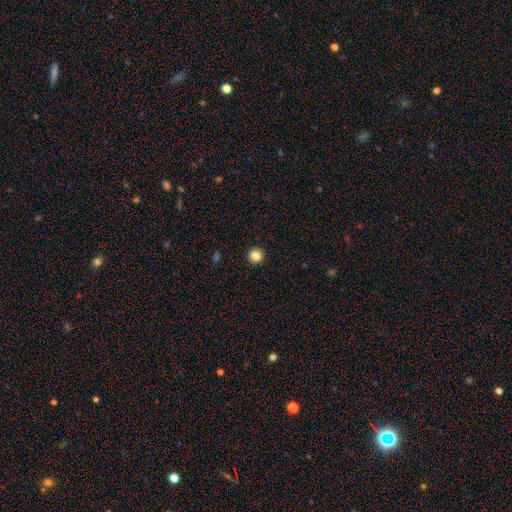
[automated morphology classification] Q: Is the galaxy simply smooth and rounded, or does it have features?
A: smooth — 84%.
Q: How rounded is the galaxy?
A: round — 95%.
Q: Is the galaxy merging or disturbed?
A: none — 93%.